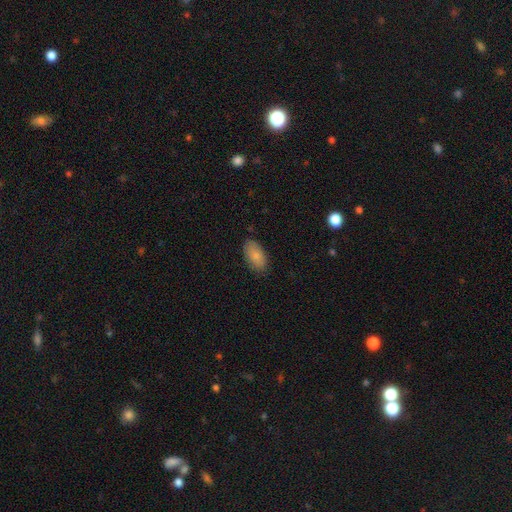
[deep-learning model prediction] A smooth galaxy with no disk features (84%) that is in between round and cigar-shaped (94%). Merging: none (85%).